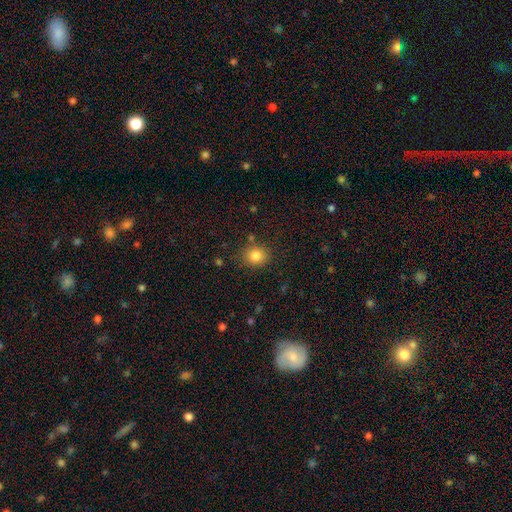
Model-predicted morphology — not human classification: Smooth or featured? smooth (83%)
How rounded? round (75%)
Merging? none (82%)